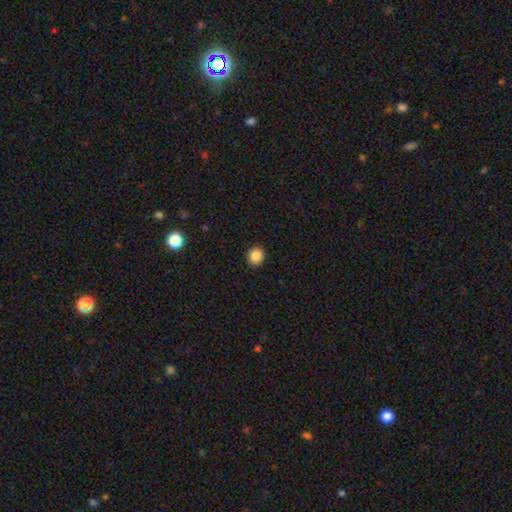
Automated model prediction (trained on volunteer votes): smooth-or-featured: smooth: 87% | star or artifact: 10% | featured or disk: 4%
  how-rounded: round: 84% | in between: 15% | cigar-shaped: 1%
  merging: none: 91% | minor disturbance: 6% | major disturbance: 2% | merger: 1%